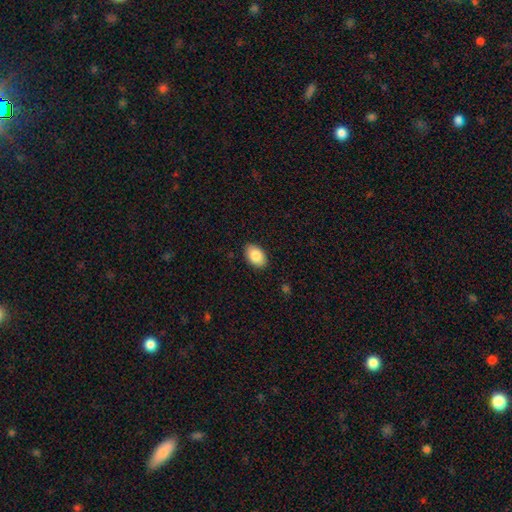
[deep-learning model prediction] smooth_or_featured: smooth (p=0.87) [alt: featured or disk p=0.07]
how_rounded: in between (p=0.90) [alt: round p=0.09]
merging: none (p=0.89) [alt: minor disturbance p=0.08]